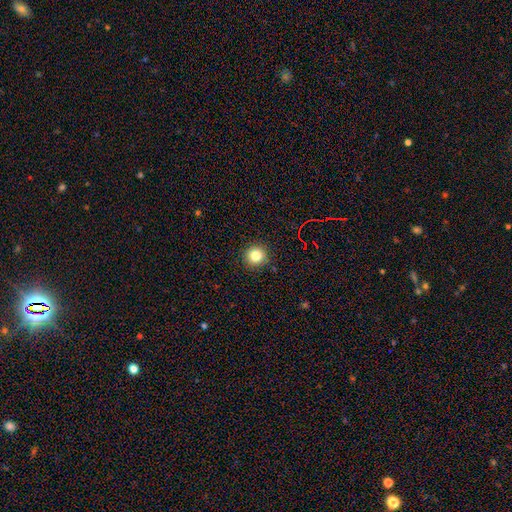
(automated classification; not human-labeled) Smooth or featured: smooth — 81% (star or artifact — 13%)
How rounded: round — 94% (in between — 5%)
Merging: none — 91% (minor disturbance — 6%)